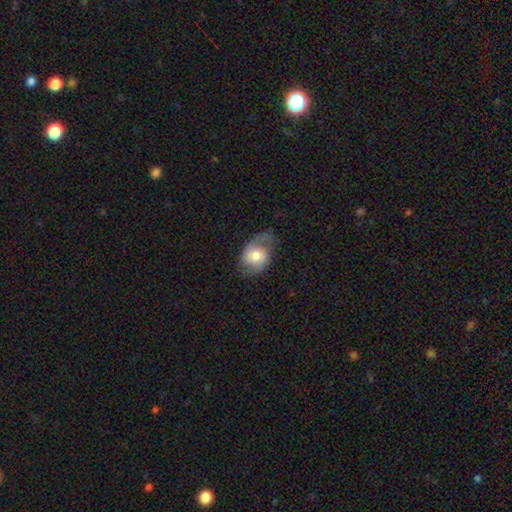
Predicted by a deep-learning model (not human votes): A smooth galaxy with no disk features (48%). Merging: none (53%).